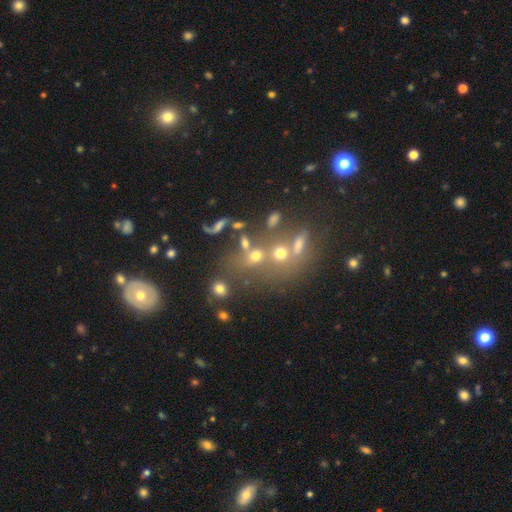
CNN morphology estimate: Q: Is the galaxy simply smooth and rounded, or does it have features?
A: smooth — 60%.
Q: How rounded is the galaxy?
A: round — 64%.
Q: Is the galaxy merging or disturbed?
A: none — 41%.